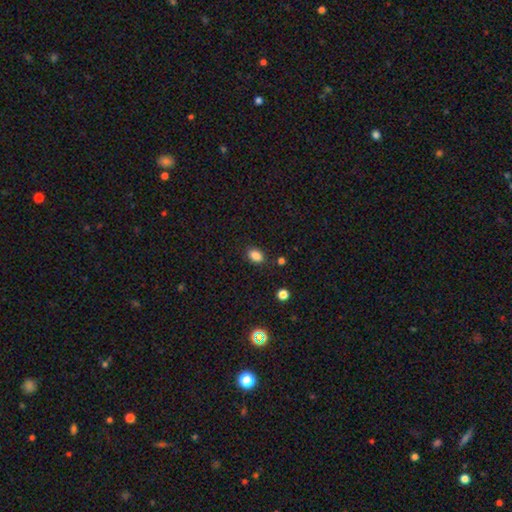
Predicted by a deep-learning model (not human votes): Q: Smooth or featured?
A: smooth (84%); runner-up: star or artifact (11%)
Q: How rounded?
A: in between (77%); runner-up: round (22%)
Q: Merging?
A: none (84%); runner-up: minor disturbance (11%)